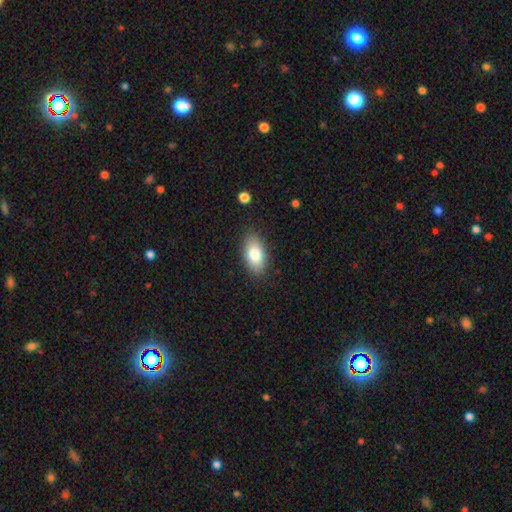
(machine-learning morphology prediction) Smooth or featured? smooth (80%)
How rounded? in between (92%)
Merging? none (85%)